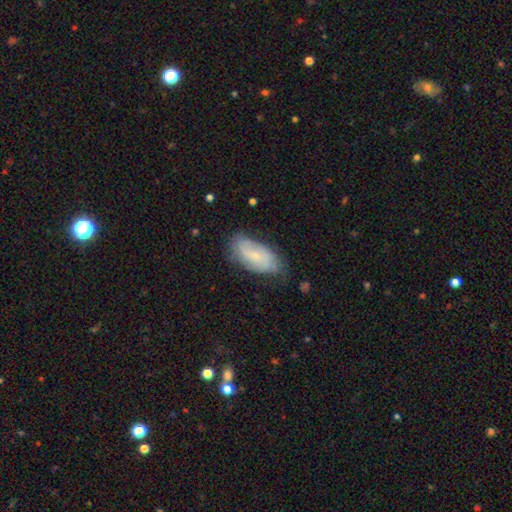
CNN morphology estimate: This is possibly a smooth galaxy (49%). Merging: likely none (63%).